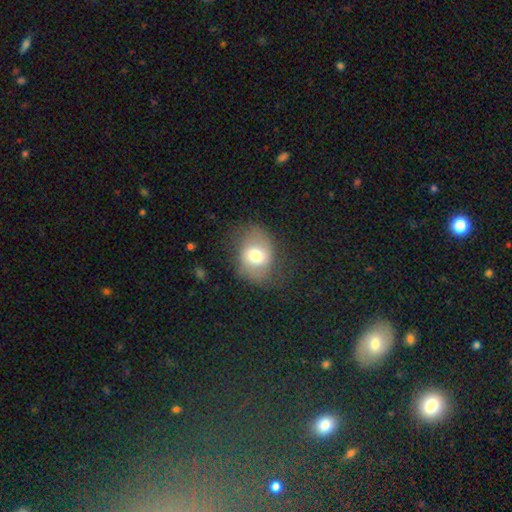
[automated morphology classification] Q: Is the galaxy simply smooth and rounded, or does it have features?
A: smooth — 66%.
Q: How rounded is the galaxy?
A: in between — 61%.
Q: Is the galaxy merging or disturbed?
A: none — 58%.